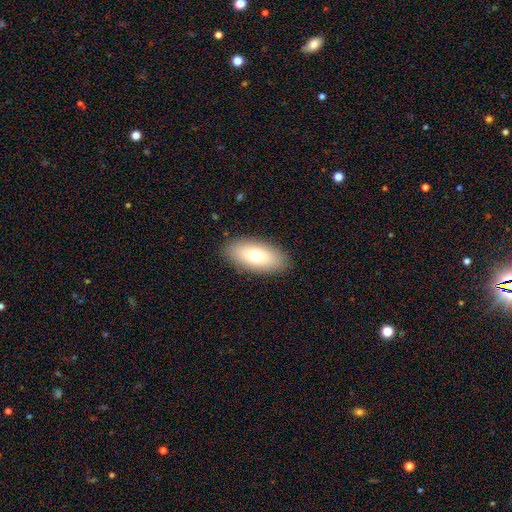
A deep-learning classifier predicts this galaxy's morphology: This is likely a smooth galaxy (72%). How rounded: clearly in between (89%). Merging: clearly none (88%).